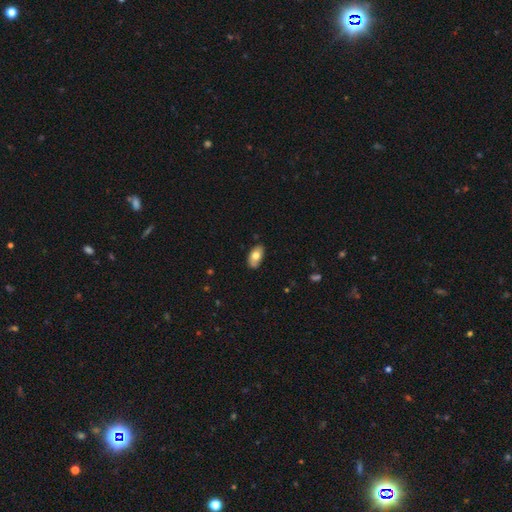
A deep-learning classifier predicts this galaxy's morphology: A smooth galaxy with no disk features (71%) that is in between round and cigar-shaped (93%).

Vote fractions:
- Smooth or featured? smooth: 71% / featured or disk: 22% / star or artifact: 7%
- How rounded? in between: 93% / round: 4% / cigar-shaped: 3%
- Merging? none: 80% / minor disturbance: 17% / major disturbance: 3% / merger: 1%